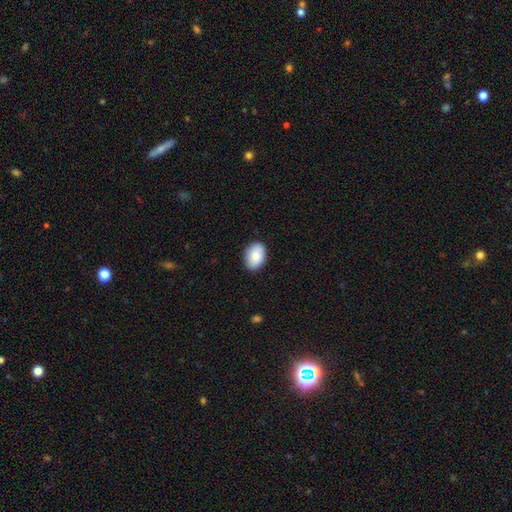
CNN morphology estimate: Q: Smooth or featured?
A: smooth (85%); runner-up: featured or disk (9%)
Q: How rounded?
A: in between (83%); runner-up: round (16%)
Q: Merging?
A: none (87%); runner-up: minor disturbance (10%)